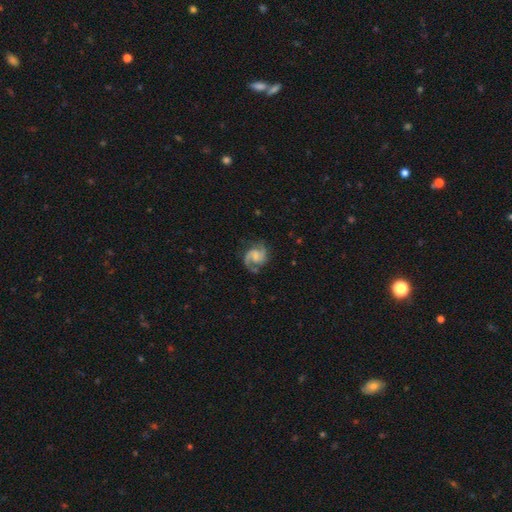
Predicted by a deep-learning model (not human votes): Morphology: type=featured or disk (89%); edge-on=no (98%); bar=no (47%); spiral arms=yes (98%); winding=medium (57%); arm count=2 (91%); bulge=none (38%); merging=none (75%).